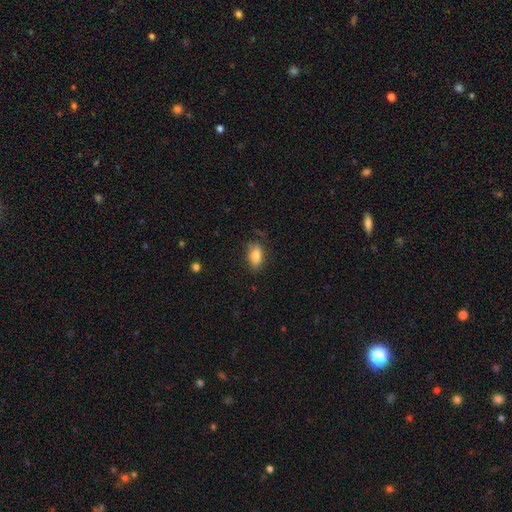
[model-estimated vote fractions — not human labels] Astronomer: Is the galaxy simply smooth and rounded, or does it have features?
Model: smooth — 81%.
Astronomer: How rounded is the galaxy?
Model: in between — 88%.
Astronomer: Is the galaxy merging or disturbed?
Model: none — 77%.